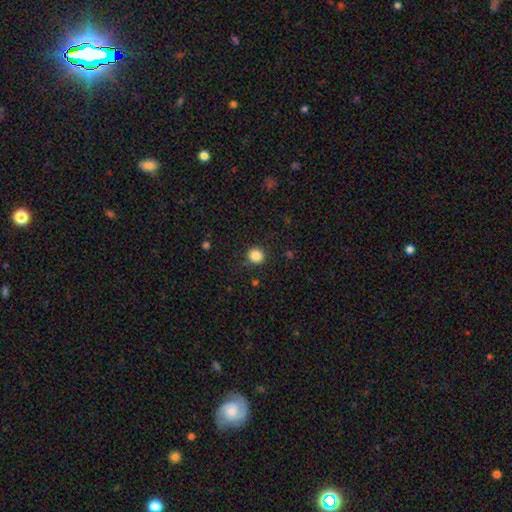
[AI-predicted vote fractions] The model was most divided on "smooth or featured": smooth: 86%, star or artifact: 11%, featured or disk: 4%. More confident: how rounded — round (91%); merging — none (89%).